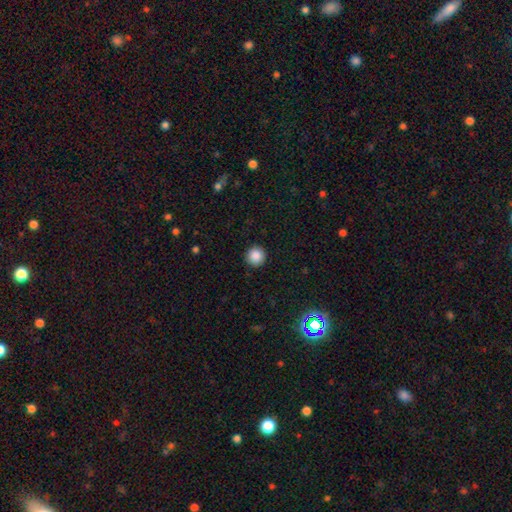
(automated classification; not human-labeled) smooth-or-featured: smooth: 87% | star or artifact: 10% | featured or disk: 3%
  how-rounded: round: 95% | in between: 4% | cigar-shaped: 1%
  merging: none: 92% | minor disturbance: 5% | major disturbance: 2% | merger: 1%